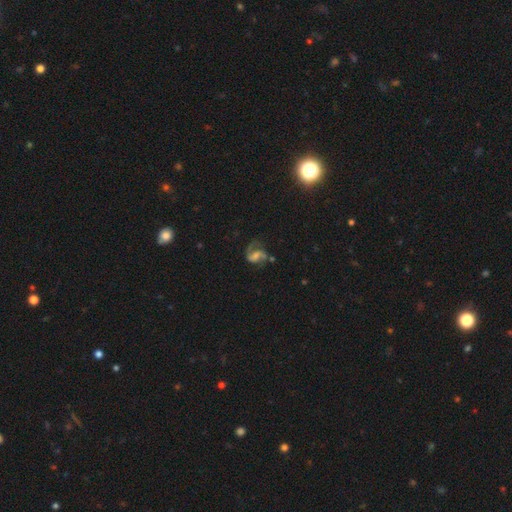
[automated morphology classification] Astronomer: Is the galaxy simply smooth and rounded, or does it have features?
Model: featured or disk — 75%.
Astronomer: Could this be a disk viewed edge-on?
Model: no — 98%.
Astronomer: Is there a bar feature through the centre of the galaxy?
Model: weak — 45% (runner-up: no, 35%).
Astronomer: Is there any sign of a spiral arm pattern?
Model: yes — 91%.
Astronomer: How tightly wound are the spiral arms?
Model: medium — 44% (runner-up: loose, 43%).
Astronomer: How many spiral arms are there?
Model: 2 — 79%.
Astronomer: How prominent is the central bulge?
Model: small — 39% (runner-up: moderate, 38%).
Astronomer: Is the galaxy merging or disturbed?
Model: none — 48% (runner-up: major disturbance, 24%).